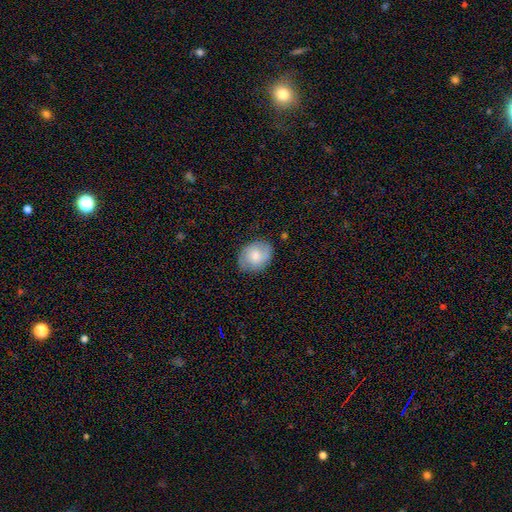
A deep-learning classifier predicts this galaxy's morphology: Q: Smooth or featured?
A: smooth (58%); runner-up: featured or disk (34%)
Q: How rounded?
A: in between (52%); runner-up: round (47%)
Q: Merging?
A: none (77%); runner-up: minor disturbance (17%)